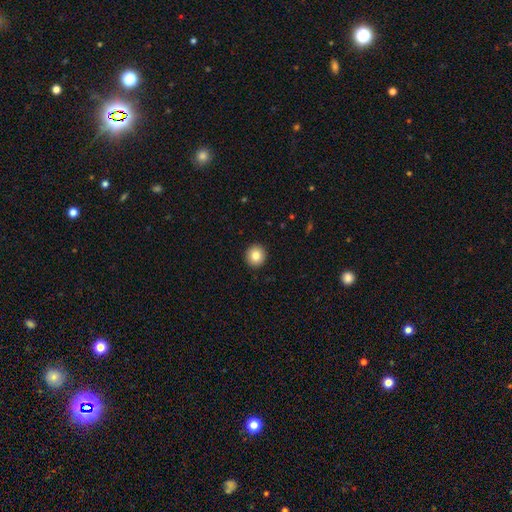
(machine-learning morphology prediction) A smooth galaxy with no disk features (83%) that is round (93%). Merging: none (93%).